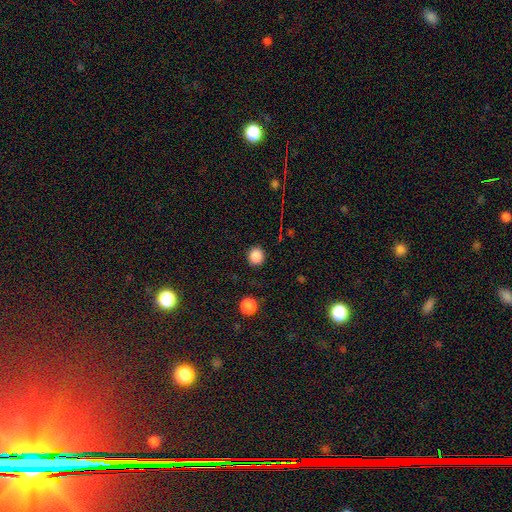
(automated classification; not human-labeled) A smooth galaxy with no disk features (86%) that is round (88%). Merging: none (89%).